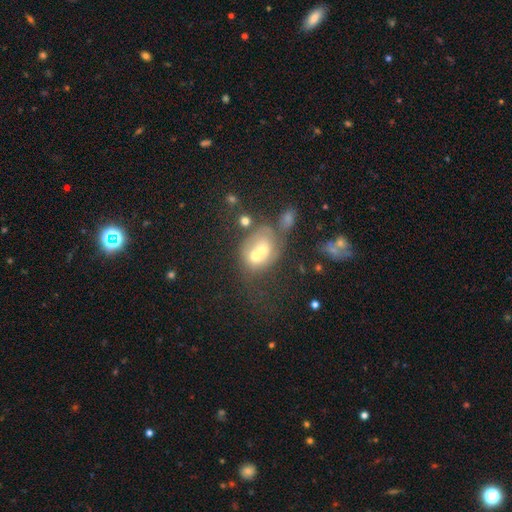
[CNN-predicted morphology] Smooth or featured? smooth (48%)
Merging? merger (59%)